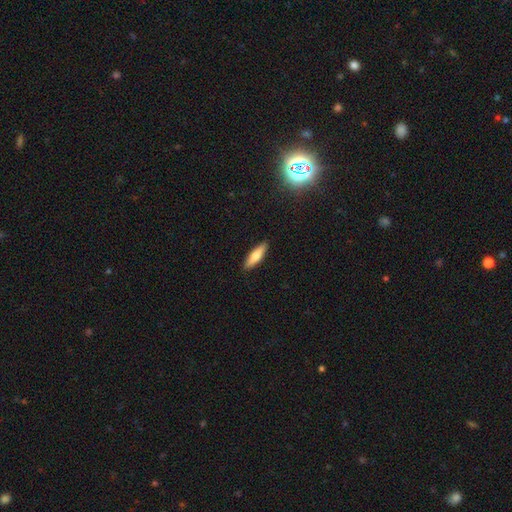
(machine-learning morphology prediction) smooth 67%, featured or disk 27%, star or artifact 6%. Down the decision tree: how rounded — cigar-shaped (67%); merging — none (90%).